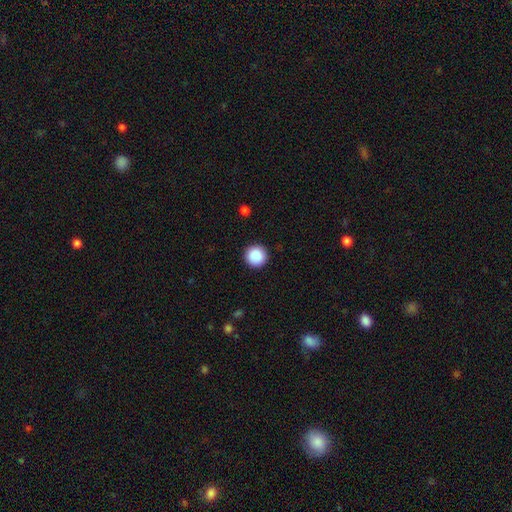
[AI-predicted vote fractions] Morphology: type=smooth (89%); roundness=round (96%); merging=none (93%).